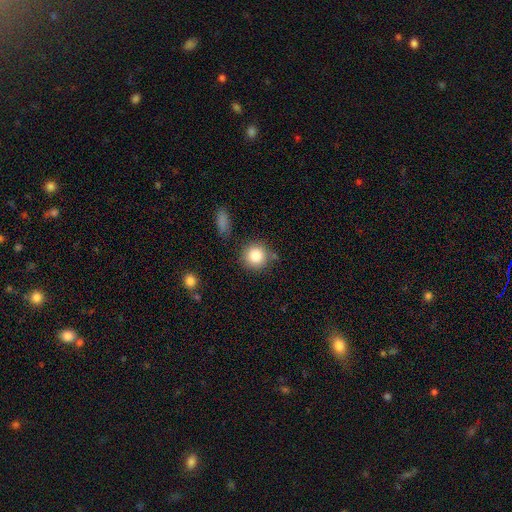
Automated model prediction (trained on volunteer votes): smooth 85%, star or artifact 9%, featured or disk 6%. Down the decision tree: how rounded — round (92%); merging — none (78%).